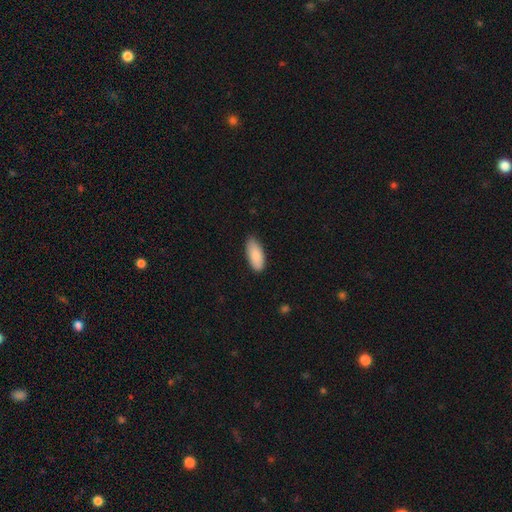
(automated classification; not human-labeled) smooth_or_featured: smooth (p=0.88) [alt: featured or disk p=0.06]
how_rounded: in between (p=0.84) [alt: cigar-shaped p=0.14]
merging: none (p=0.80) [alt: minor disturbance p=0.17]